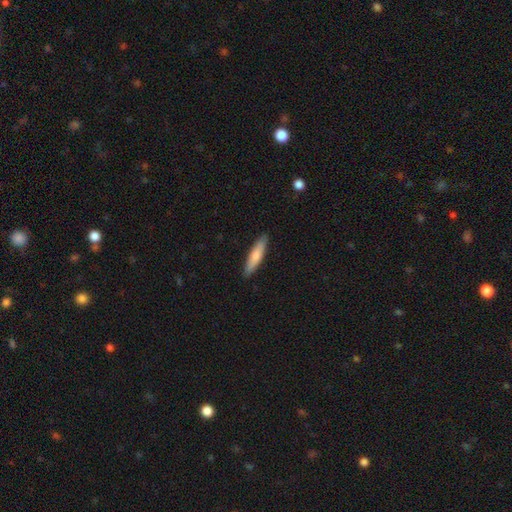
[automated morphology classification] Q: Smooth or featured?
A: smooth (72%); runner-up: featured or disk (23%)
Q: How rounded?
A: cigar-shaped (82%); runner-up: in between (17%)
Q: Merging?
A: none (90%); runner-up: minor disturbance (8%)